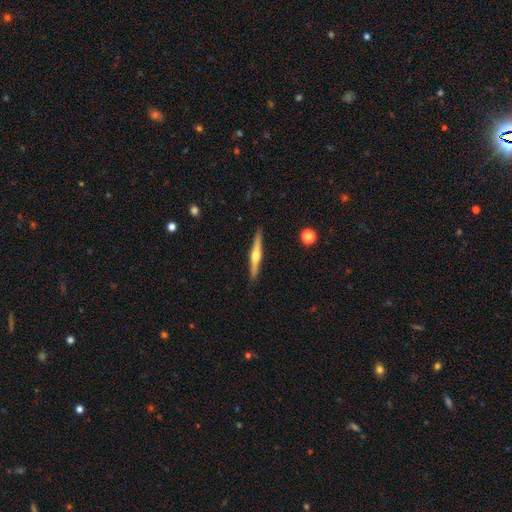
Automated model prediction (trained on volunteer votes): A featured or disk galaxy (69%) viewed edge-on (98%) with a rounded central bulge (92%).

Vote fractions:
- Smooth or featured? featured or disk: 69% / smooth: 25% / star or artifact: 5%
- Edge-on disk? yes: 98% / no: 2%
- Edge-on bulge? rounded: 92% / none: 4% / boxy: 3%
- Merging? none: 90% / minor disturbance: 7% / major disturbance: 1% / merger: 1%